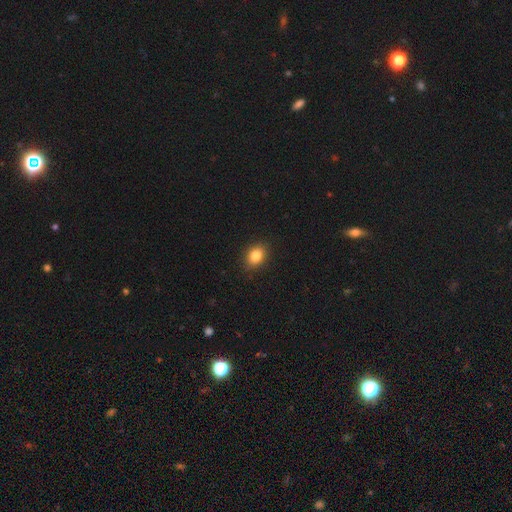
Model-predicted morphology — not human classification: Smooth or featured: smooth — 84% (star or artifact — 10%)
How rounded: in between — 70% (round — 29%)
Merging: none — 88% (minor disturbance — 9%)